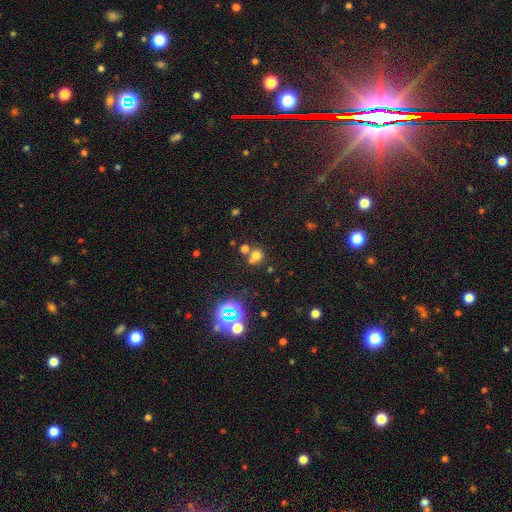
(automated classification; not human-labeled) This appears to be a smooth galaxy with no disk features (62%) that is round (84%). Merging: none (52%).